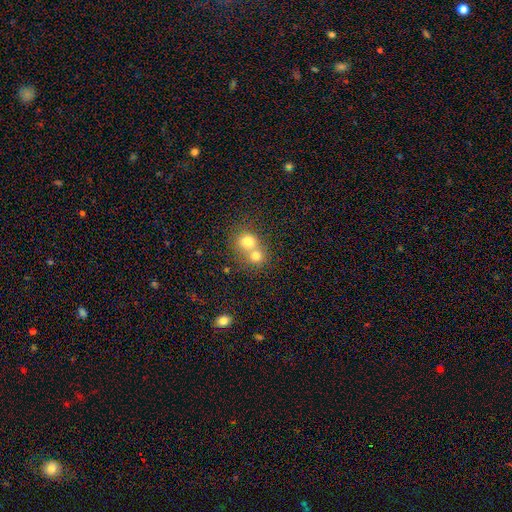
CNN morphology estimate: type=smooth (73%); roundness=round (78%); merging=merger (65%).